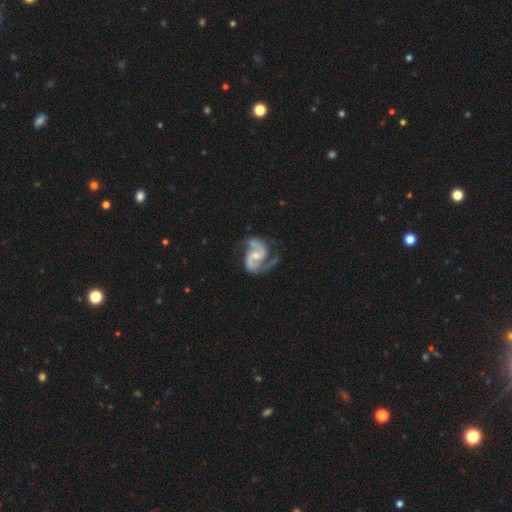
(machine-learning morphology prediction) Smooth or featured? featured or disk (89%)
Edge-on disk? no (98%)
Bar? no (48%)
Spiral arms? yes (97%)
Spiral winding? medium (56%)
Spiral arm count? 2 (89%)
Bulge size? small (49%)
Merging? none (59%)